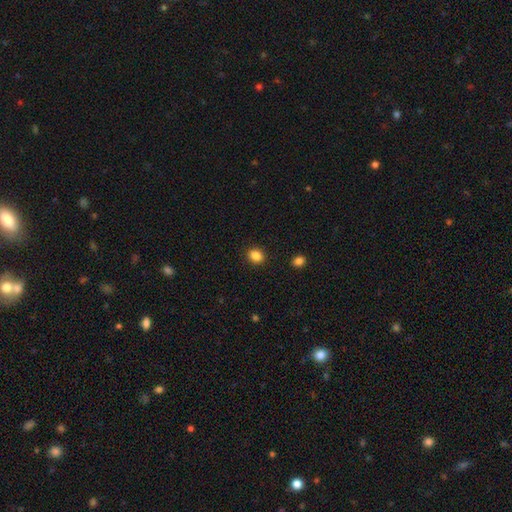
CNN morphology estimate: smooth_or_featured: smooth (p=0.86) [alt: star or artifact p=0.10]
how_rounded: round (p=0.59) [alt: in between p=0.40]
merging: none (p=0.90) [alt: minor disturbance p=0.06]